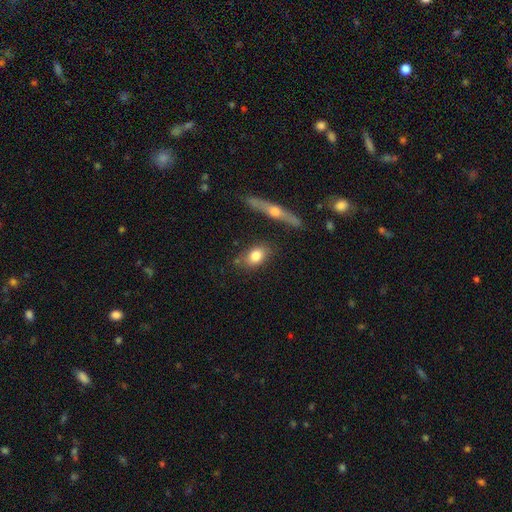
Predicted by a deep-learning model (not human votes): smooth-or-featured: smooth: 76% | featured or disk: 17% | star or artifact: 7%
  how-rounded: in between: 74% | round: 20% | cigar-shaped: 6%
  merging: none: 73% | minor disturbance: 16% | merger: 7% | major disturbance: 4%